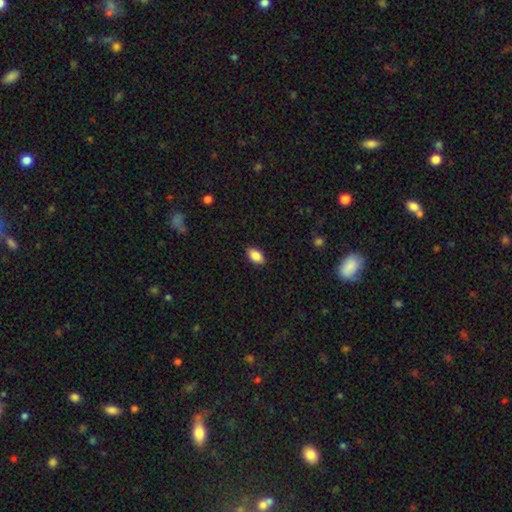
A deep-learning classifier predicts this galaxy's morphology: This appears to be a smooth galaxy with no disk features (87%) that is in between round and cigar-shaped (92%). Merging: none (89%).